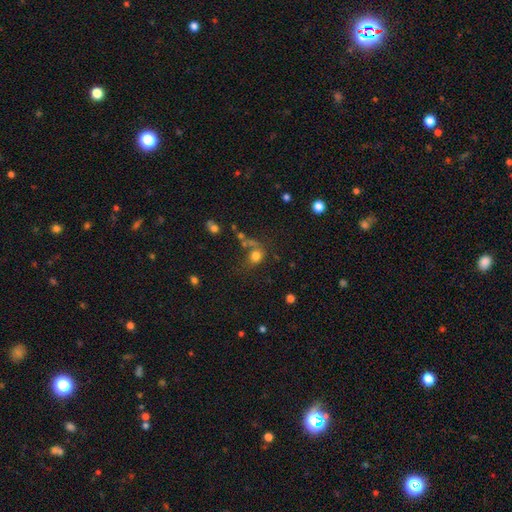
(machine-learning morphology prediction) Overall: smooth (76%). How rounded: round (64%; in between 35%). Merging: none (49%; merger 20%).